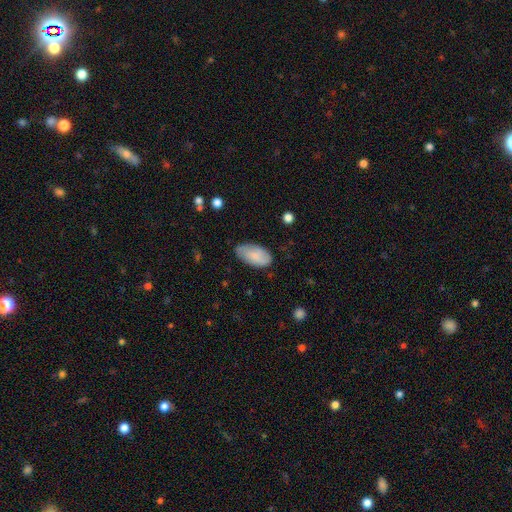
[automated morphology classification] Smooth or featured? Predicted: smooth (p=0.79). How rounded? Predicted: in between (p=0.95). Merging? Predicted: none (p=0.74).